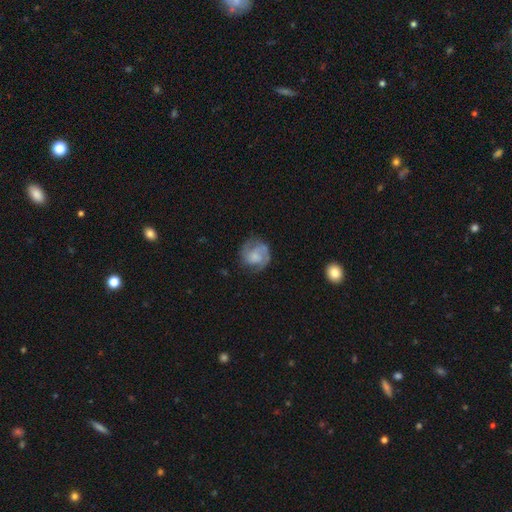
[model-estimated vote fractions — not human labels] smooth_or_featured: featured or disk (p=0.62) [alt: smooth p=0.31]
disk_edge_on: no (p=0.98) [alt: yes p=0.02]
bar: no (p=0.67) [alt: weak p=0.28]
has_spiral_arms: yes (p=0.88) [alt: no p=0.12]
spiral_winding: tight (p=0.42) [alt: medium p=0.41]
spiral_arm_count: 2 (p=0.57) [alt: can't tell p=0.19]
bulge_size: small (p=0.37) [alt: none p=0.29]
merging: none (p=0.66) [alt: minor disturbance p=0.21]